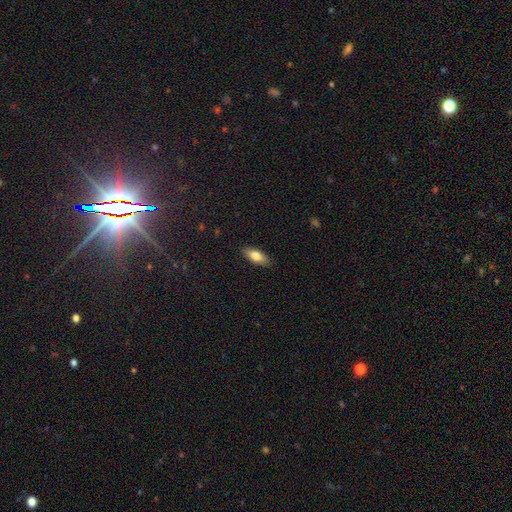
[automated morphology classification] Q: Smooth or featured?
A: smooth (77%); runner-up: featured or disk (17%)
Q: How rounded?
A: in between (77%); runner-up: cigar-shaped (20%)
Q: Merging?
A: none (87%); runner-up: minor disturbance (10%)